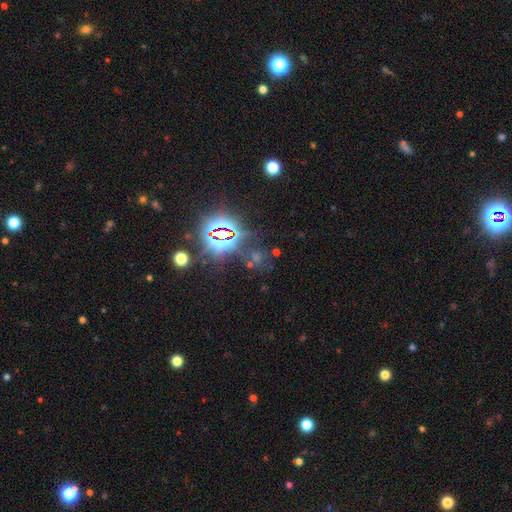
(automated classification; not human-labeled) Smooth or featured?
  - star or artifact: 76% *
  - smooth: 15%
  - featured or disk: 10%